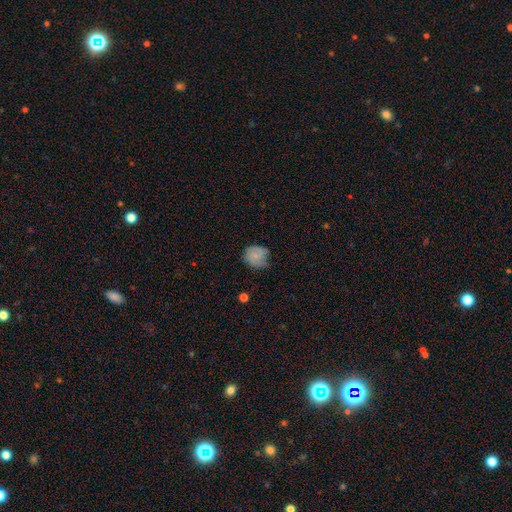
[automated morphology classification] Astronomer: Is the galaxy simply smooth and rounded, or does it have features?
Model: smooth — 64%.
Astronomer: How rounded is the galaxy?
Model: round — 76%.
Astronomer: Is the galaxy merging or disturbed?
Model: none — 53% (runner-up: minor disturbance, 34%).